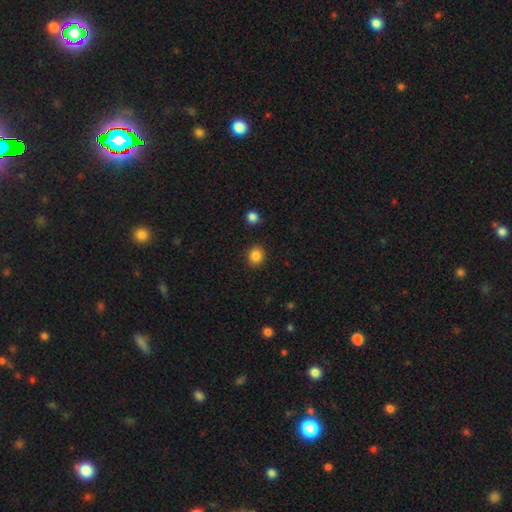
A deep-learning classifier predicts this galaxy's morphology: A smooth galaxy with no disk features (86%) that is round (81%).

Vote fractions:
- Smooth or featured? smooth: 86% / star or artifact: 10% / featured or disk: 4%
- How rounded? round: 81% / in between: 18% / cigar-shaped: 1%
- Merging? none: 90% / minor disturbance: 6% / major disturbance: 2% / merger: 2%